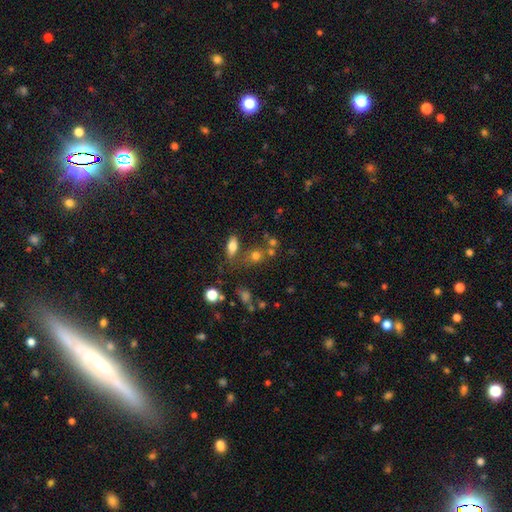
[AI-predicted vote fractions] smooth 69%, star or artifact 19%, featured or disk 12%. Down the decision tree: how rounded — round (65%); merging — none (55%).